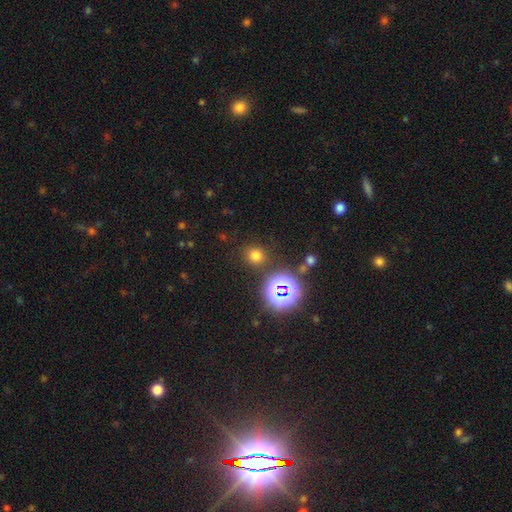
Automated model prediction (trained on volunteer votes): Morphology: type=smooth (69%); roundness=round (88%); merging=none (86%).